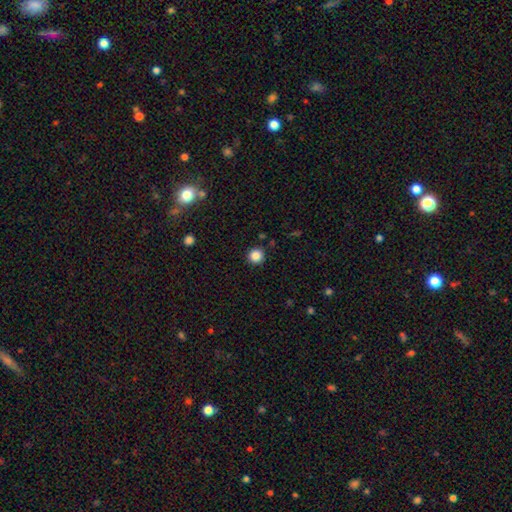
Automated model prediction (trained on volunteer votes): A smooth galaxy with no disk features (86%) that is round (95%).

Vote fractions:
- Smooth or featured? smooth: 86% / star or artifact: 11% / featured or disk: 3%
- How rounded? round: 95% / in between: 4% / cigar-shaped: 1%
- Merging? none: 91% / minor disturbance: 5% / major disturbance: 2% / merger: 2%